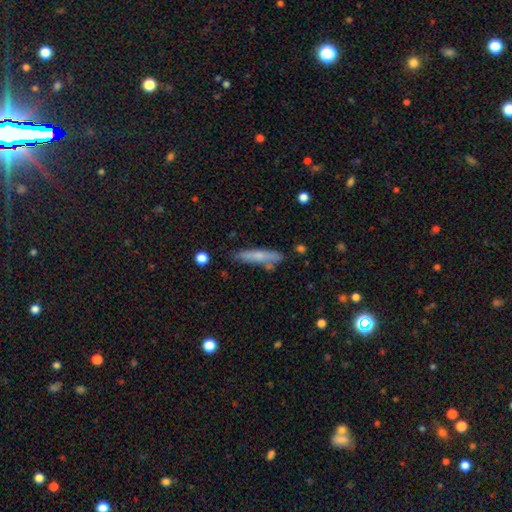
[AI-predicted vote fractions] The model was most divided on "smooth or featured": smooth: 60%, featured or disk: 32%, star or artifact: 8%. More confident: how rounded — cigar-shaped (87%); merging — none (78%).